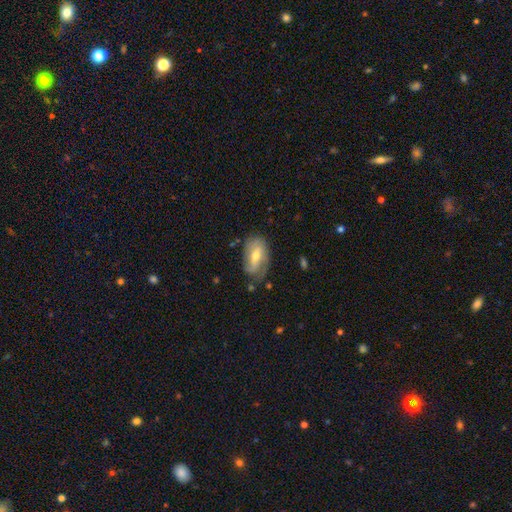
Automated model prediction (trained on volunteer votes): A featured or disk galaxy (53%). Merging: none (59%).